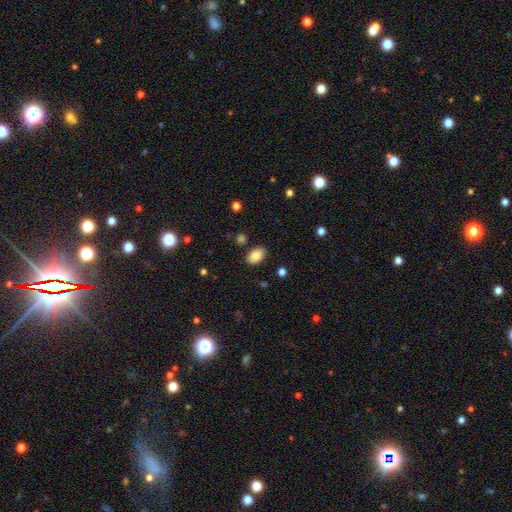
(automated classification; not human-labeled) Q: Smooth or featured?
A: smooth (84%); runner-up: featured or disk (8%)
Q: How rounded?
A: in between (91%); runner-up: round (8%)
Q: Merging?
A: none (86%); runner-up: minor disturbance (9%)